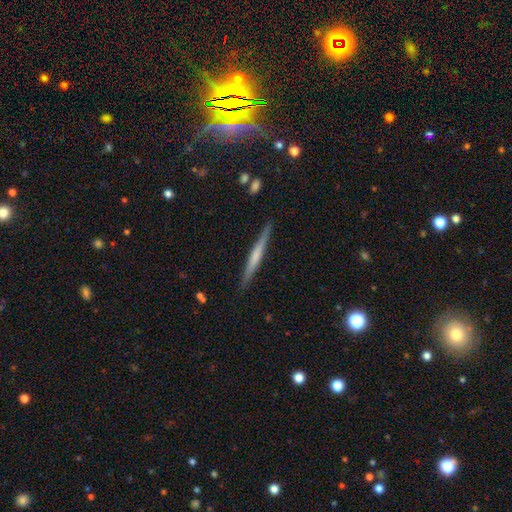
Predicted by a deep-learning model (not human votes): Smooth or featured? Predicted: featured or disk (p=0.51). Edge-on disk? Predicted: yes (p=0.97). Merging? Predicted: none (p=0.90).